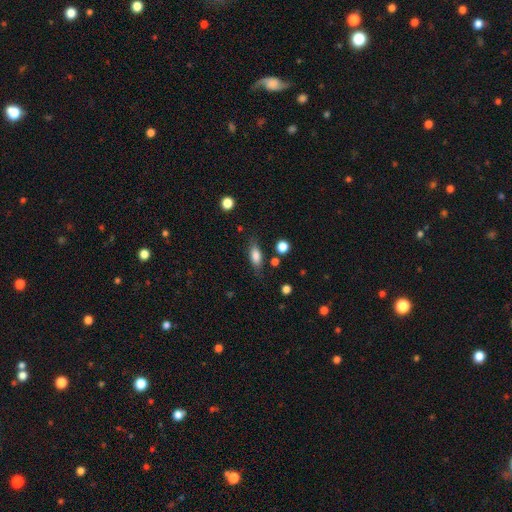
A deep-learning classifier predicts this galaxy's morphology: A smooth galaxy with no disk features (77%) that is in between round and cigar-shaped (74%).

Vote fractions:
- Smooth or featured? smooth: 77% / featured or disk: 14% / star or artifact: 8%
- How rounded? in between: 74% / cigar-shaped: 20% / round: 6%
- Merging? none: 74% / minor disturbance: 17% / major disturbance: 6% / merger: 3%